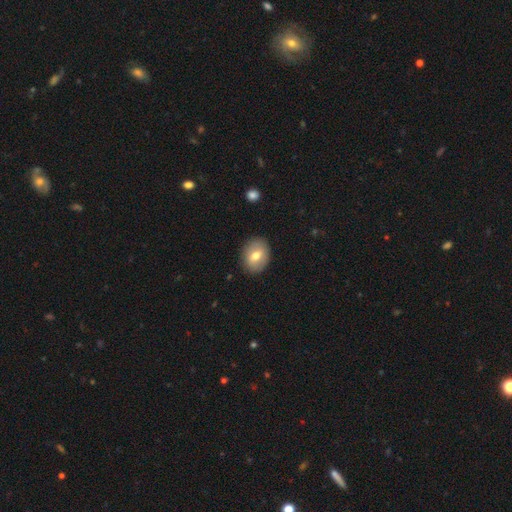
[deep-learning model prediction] Smooth or featured?
  - smooth: 68% *
  - featured or disk: 24%
  - star or artifact: 8%
How rounded?
  - in between: 53% *
  - round: 46%
  - cigar-shaped: 1%
Merging?
  - none: 87% *
  - minor disturbance: 9%
  - major disturbance: 2%
  - merger: 1%